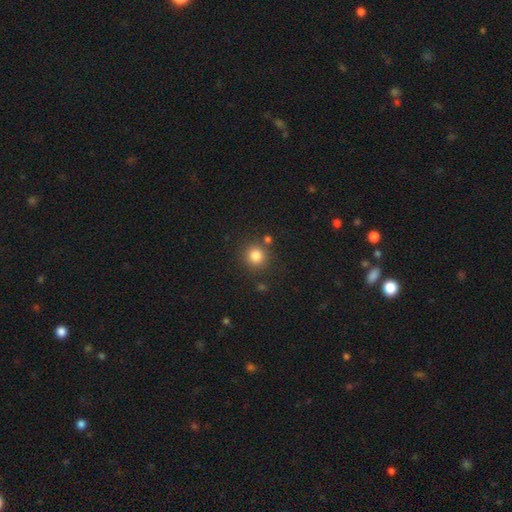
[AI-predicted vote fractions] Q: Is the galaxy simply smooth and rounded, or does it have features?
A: smooth — 82%.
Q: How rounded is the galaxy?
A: round — 92%.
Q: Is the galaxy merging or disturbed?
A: none — 82%.